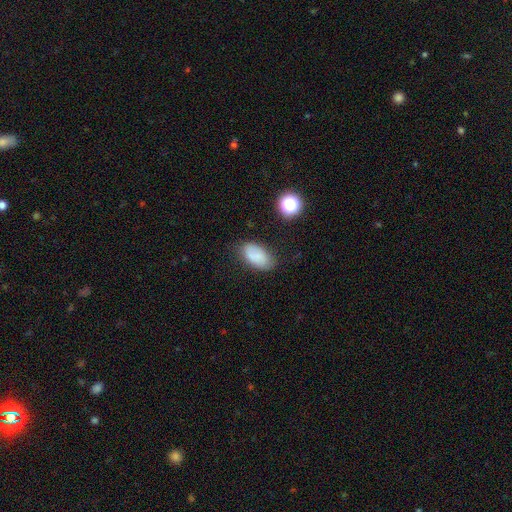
Smooth or featured? 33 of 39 (85%) said smooth. How rounded? 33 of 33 (100%) said in between. Merging? 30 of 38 (79%) said none.